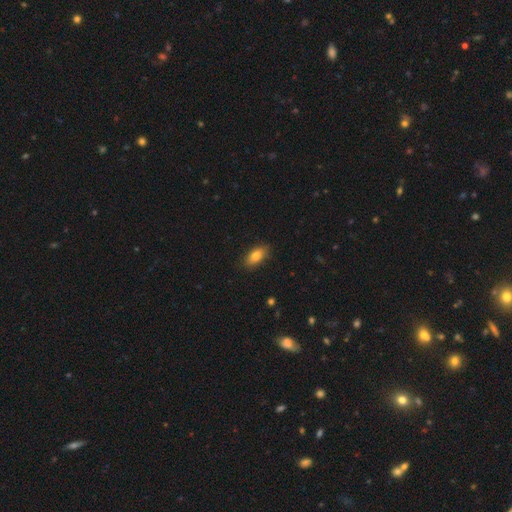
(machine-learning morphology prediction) Smooth or featured: smooth — 82% (featured or disk — 11%)
How rounded: in between — 88% (cigar-shaped — 8%)
Merging: none — 84% (minor disturbance — 12%)